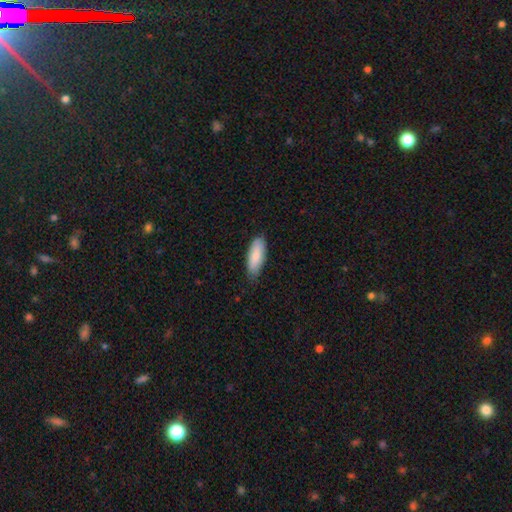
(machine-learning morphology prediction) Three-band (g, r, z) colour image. It shows a smooth galaxy with no disk features (85%) that is in between round and cigar-shaped (71%). Merging: none (79%).